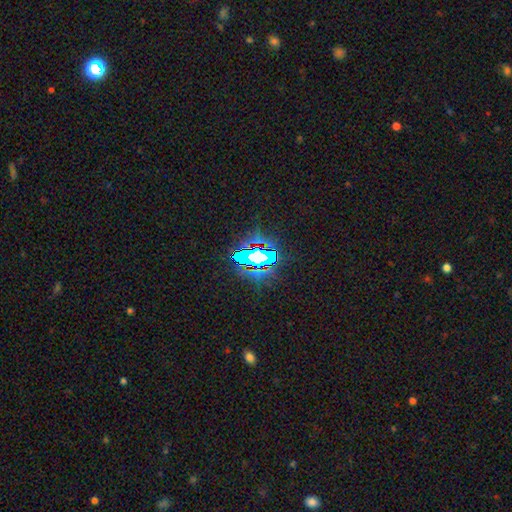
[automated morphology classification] type=star or artifact (67%).